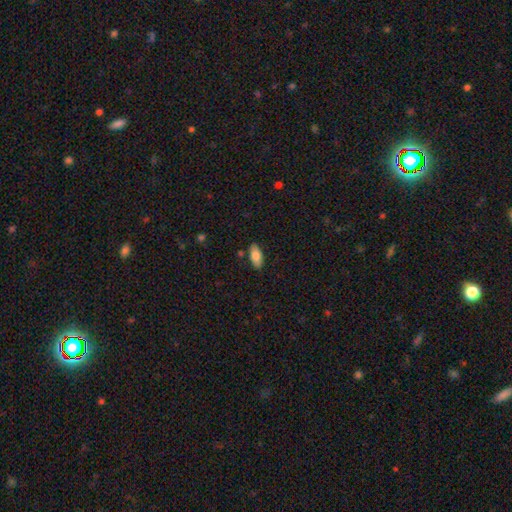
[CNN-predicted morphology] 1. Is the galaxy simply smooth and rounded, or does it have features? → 81% smooth, 12% featured or disk, 7% star or artifact.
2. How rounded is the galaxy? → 88% in between, 10% cigar-shaped, 2% round.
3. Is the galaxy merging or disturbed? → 85% none, 11% minor disturbance, 2% merger, 2% major disturbance.